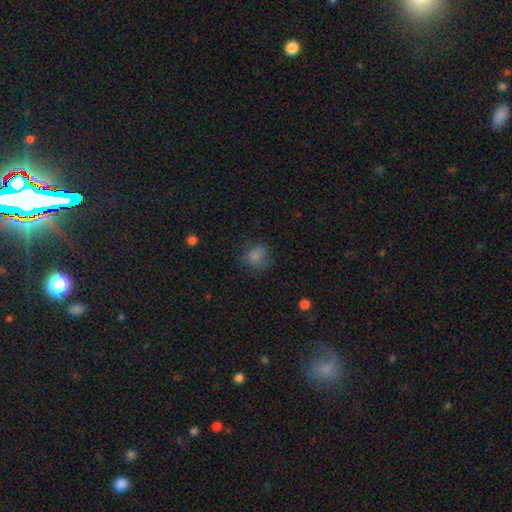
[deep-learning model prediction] This appears to be a smooth galaxy with no disk features (77%) that is round (73%). Merging: none (62%).